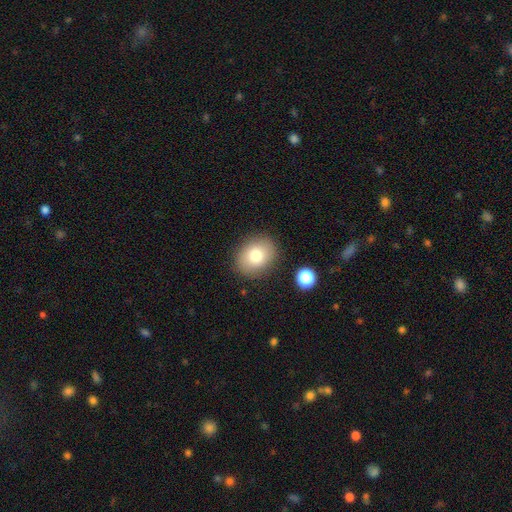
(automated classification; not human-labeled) Q: Smooth or featured?
A: smooth (79%); runner-up: featured or disk (11%)
Q: How rounded?
A: round (55%); runner-up: in between (44%)
Q: Merging?
A: none (85%); runner-up: minor disturbance (10%)